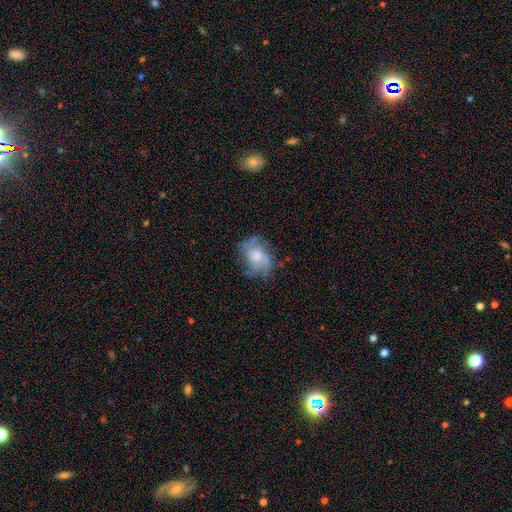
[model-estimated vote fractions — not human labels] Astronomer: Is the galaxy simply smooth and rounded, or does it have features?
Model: featured or disk — 62%.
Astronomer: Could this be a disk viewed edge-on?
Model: no — 97%.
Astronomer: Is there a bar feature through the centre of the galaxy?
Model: no — 70%.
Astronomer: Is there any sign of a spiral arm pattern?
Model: yes — 81%.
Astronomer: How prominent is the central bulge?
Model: moderate — 47% (runner-up: small, 26%).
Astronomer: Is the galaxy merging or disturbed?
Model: none — 64%.